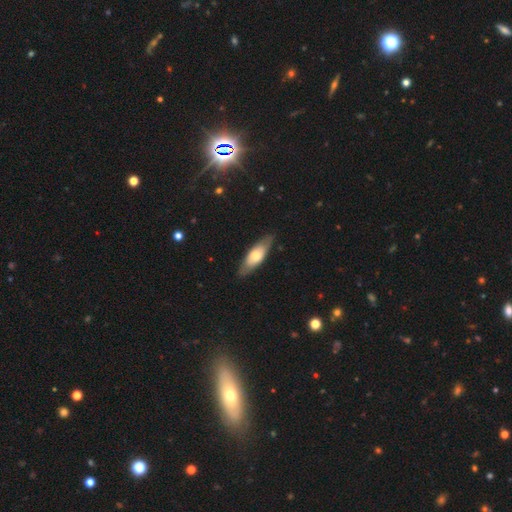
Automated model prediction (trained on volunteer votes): Smooth or featured? smooth (53%)
How rounded? in between (62%)
Merging? none (83%)